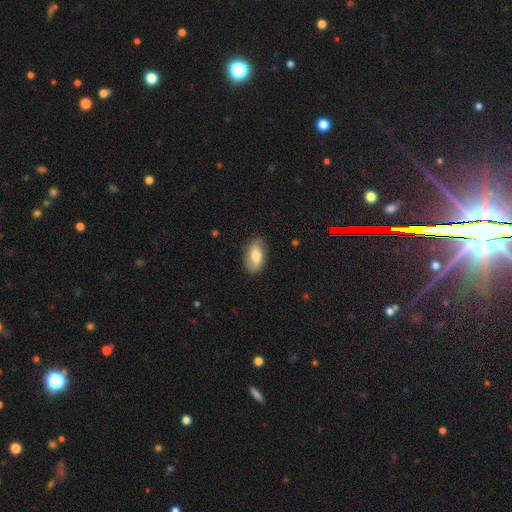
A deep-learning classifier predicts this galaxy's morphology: Q: Smooth or featured?
A: smooth (63%); runner-up: featured or disk (30%)
Q: How rounded?
A: in between (90%); runner-up: round (5%)
Q: Merging?
A: none (82%); runner-up: minor disturbance (14%)